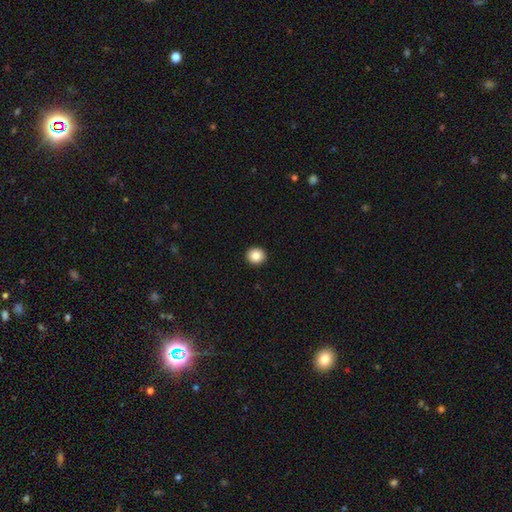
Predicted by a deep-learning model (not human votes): Smooth or featured: smooth — 86% (star or artifact — 9%)
How rounded: round — 91% (in between — 8%)
Merging: none — 93% (minor disturbance — 4%)